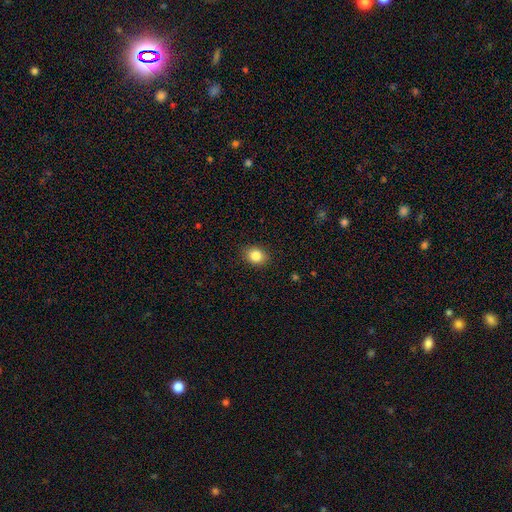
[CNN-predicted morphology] This appears to be a smooth galaxy with no disk features (84%) that is round (55%). Merging: none (89%).